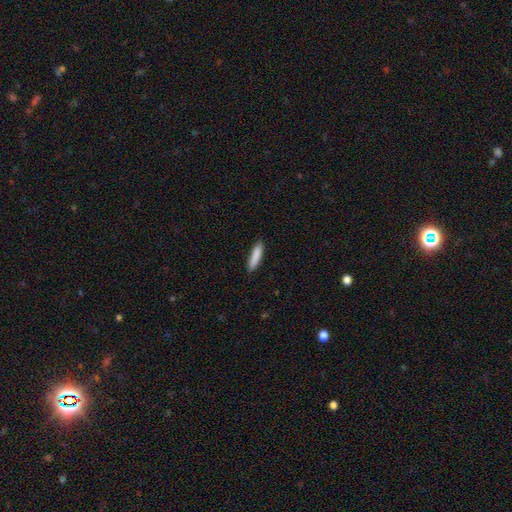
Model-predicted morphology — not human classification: Q: Smooth or featured?
A: smooth (87%); runner-up: featured or disk (7%)
Q: How rounded?
A: cigar-shaped (80%); runner-up: in between (18%)
Q: Merging?
A: none (88%); runner-up: minor disturbance (9%)